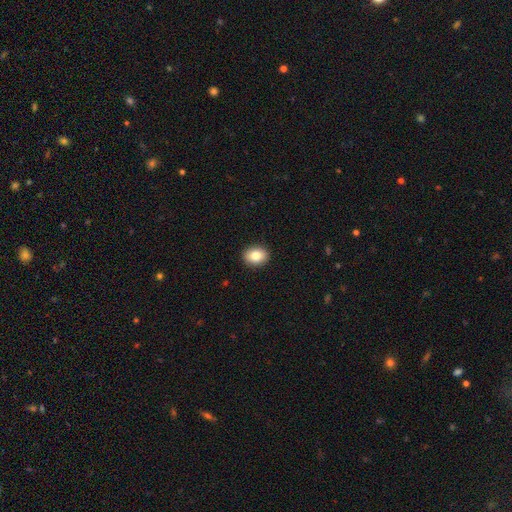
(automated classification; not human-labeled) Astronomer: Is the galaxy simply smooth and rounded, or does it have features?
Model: smooth — 84%.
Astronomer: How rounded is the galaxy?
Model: in between — 58% (runner-up: round, 41%).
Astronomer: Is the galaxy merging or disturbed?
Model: none — 91%.